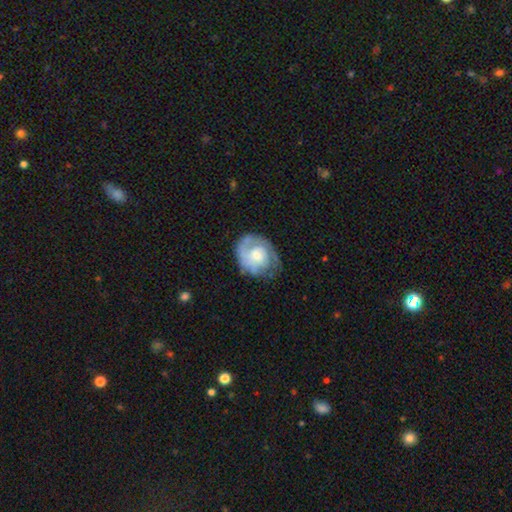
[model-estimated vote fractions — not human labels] Overall: featured or disk (67%; smooth 27%). Edge-on disk: no (97%). Bar: no (74%). Spiral arms: yes (80%). Spiral arm count: can't tell (36%; 2 31%). Spiral winding: tight (54%; medium 32%). Bulge size: moderate (45%; small 39%). Merging: none (61%; minor disturbance 24%).